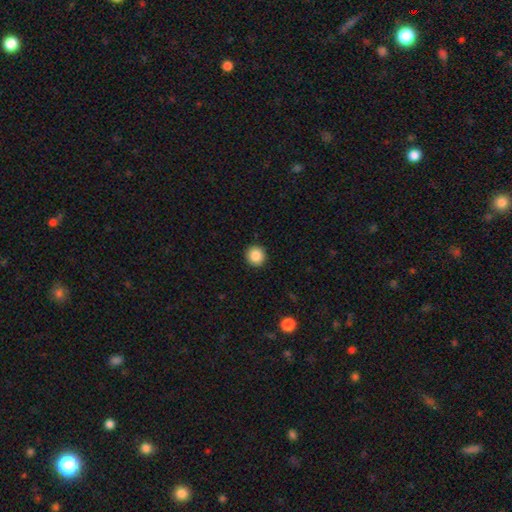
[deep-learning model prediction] The model was most divided on "smooth or featured": smooth: 87%, star or artifact: 9%, featured or disk: 4%. More confident: how rounded — round (93%); merging — none (93%).